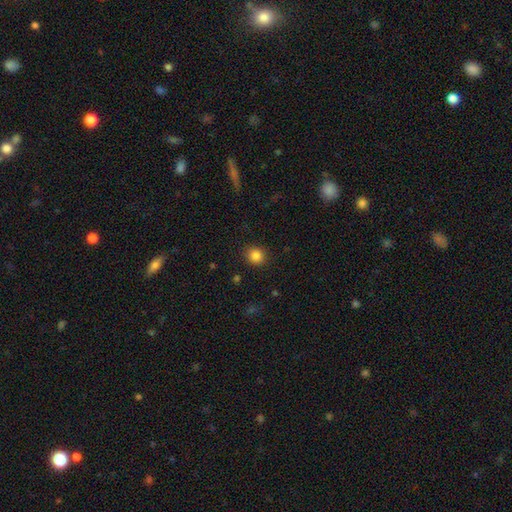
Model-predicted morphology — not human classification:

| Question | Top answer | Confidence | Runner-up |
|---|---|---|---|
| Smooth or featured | smooth | 84% | star or artifact (11%) |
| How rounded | round | 81% | in between (18%) |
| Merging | none | 89% | minor disturbance (7%) |